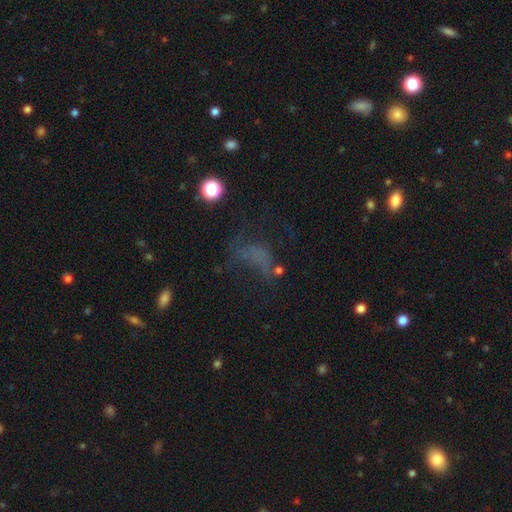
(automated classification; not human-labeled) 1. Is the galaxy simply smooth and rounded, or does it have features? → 38% smooth, 32% star or artifact, 29% featured or disk.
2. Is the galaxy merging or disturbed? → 39% none, 37% major disturbance, 18% minor disturbance, 6% merger.